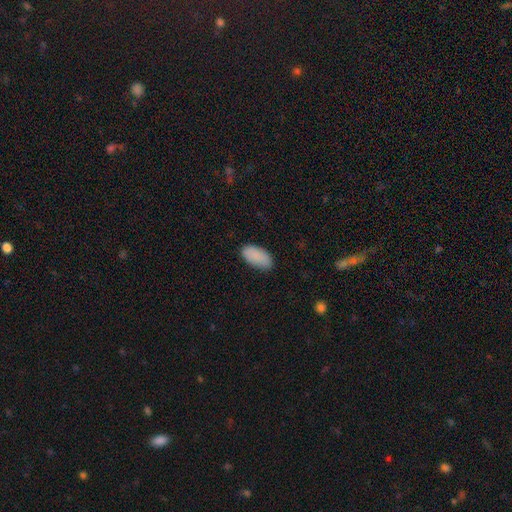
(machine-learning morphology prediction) Smooth or featured? Predicted: smooth (p=0.89). How rounded? Predicted: in between (p=0.95). Merging? Predicted: none (p=0.83).